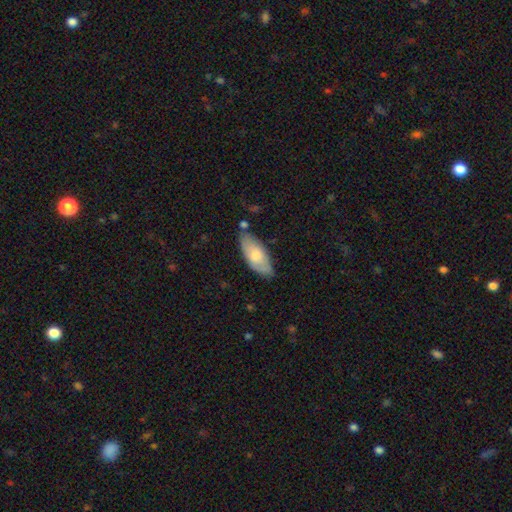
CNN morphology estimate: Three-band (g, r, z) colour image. It shows a smooth galaxy with no disk features (71%) that is in between round and cigar-shaped (85%). Merging: none (72%).